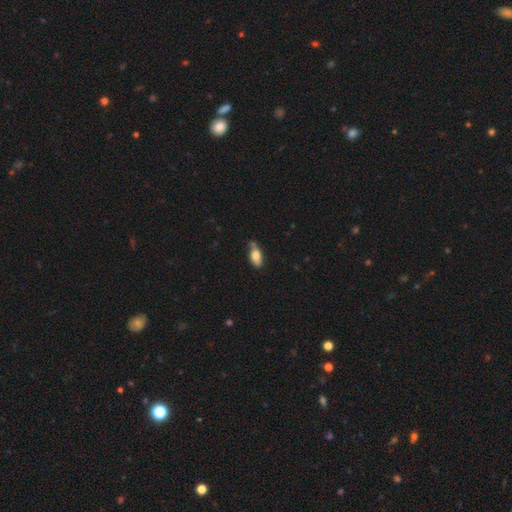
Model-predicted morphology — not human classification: This is likely a smooth galaxy (78%). How rounded: clearly in between (88%). Merging: likely none (62%).